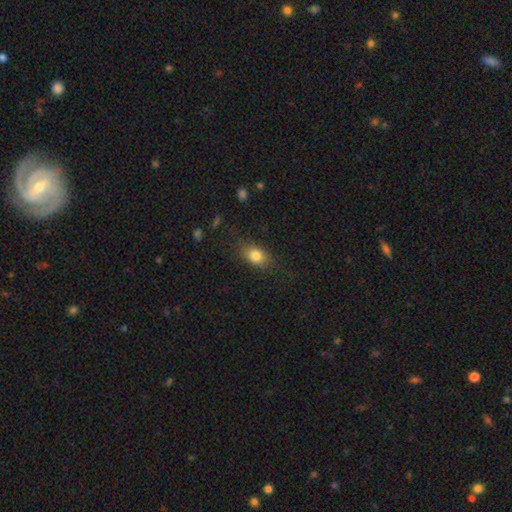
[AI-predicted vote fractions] Smooth or featured? smooth (82%)
How rounded? in between (75%)
Merging? none (78%)